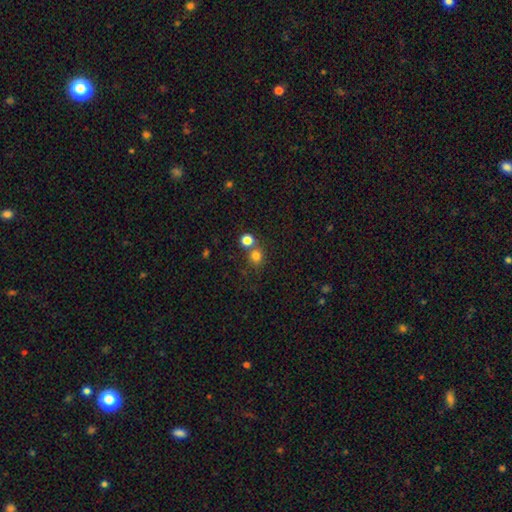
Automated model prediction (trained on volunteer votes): A smooth galaxy with no disk features (78%) that is round (81%). Merging: none (58%).